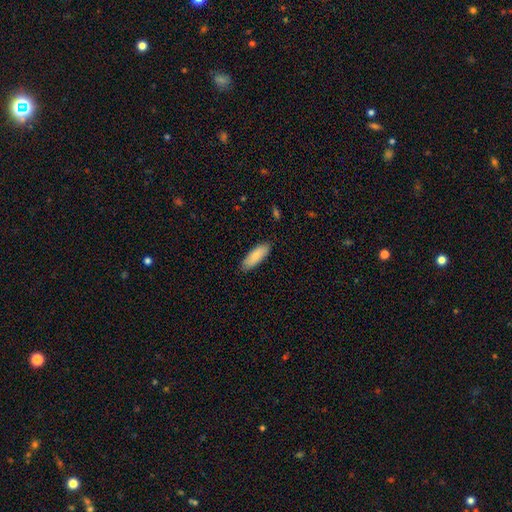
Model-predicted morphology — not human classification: smooth_or_featured: smooth (p=0.80) [alt: featured or disk p=0.14]
how_rounded: in between (p=0.66) [alt: cigar-shaped p=0.32]
merging: none (p=0.86) [alt: minor disturbance p=0.11]